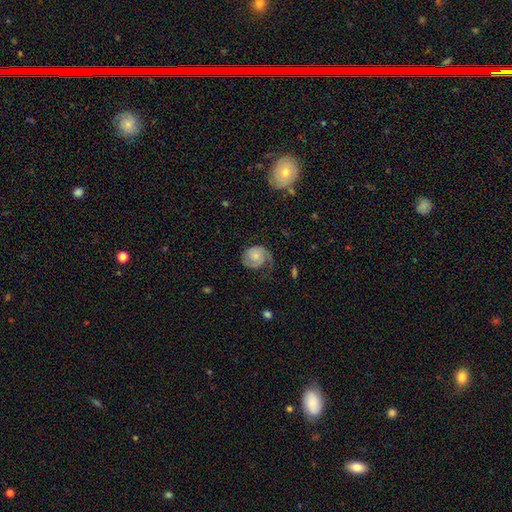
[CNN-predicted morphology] The model was most divided on "spiral arm count": 2: 49%, 1: 37%, can't tell: 9%, 3: 3%, 4: 1%, more than 4: 1%. Remaining: edge-on disk — no (98%); spiral arms — yes (94%); bar — no (74%); smooth or featured — featured or disk (67%); merging — none (54%); bulge size — small (51%); spiral winding — tight (48%).